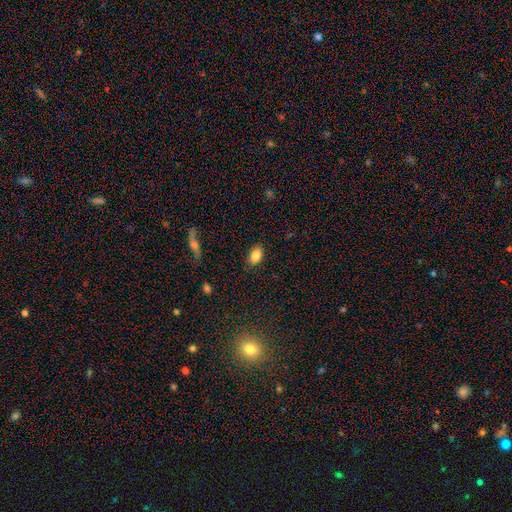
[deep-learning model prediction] Smooth or featured: smooth — 85% (star or artifact — 8%)
How rounded: in between — 90% (round — 8%)
Merging: none — 85% (minor disturbance — 11%)